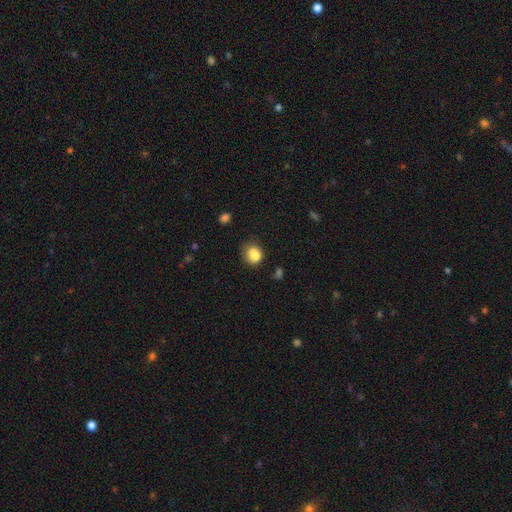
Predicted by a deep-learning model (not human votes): Overall: smooth (80%). How rounded: round (58%; in between 41%). Merging: none (49%; minor disturbance 26%).